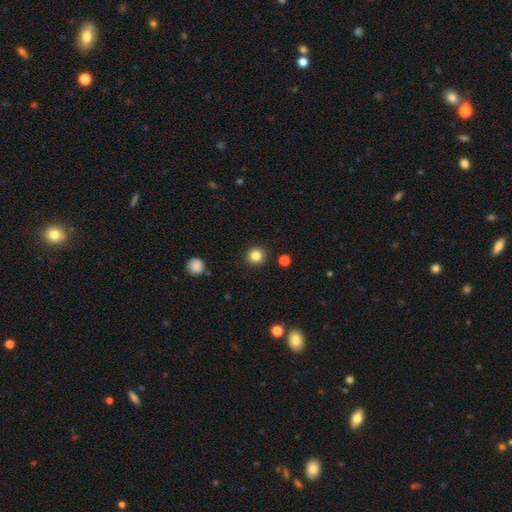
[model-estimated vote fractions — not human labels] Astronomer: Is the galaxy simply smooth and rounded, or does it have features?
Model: smooth — 84%.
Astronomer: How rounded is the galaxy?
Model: round — 93%.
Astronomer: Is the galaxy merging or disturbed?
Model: none — 91%.